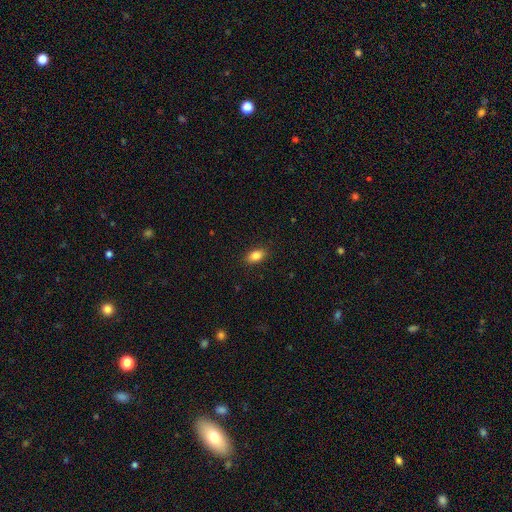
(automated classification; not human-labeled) Smooth or featured: smooth — 85% (star or artifact — 8%)
How rounded: in between — 88% (round — 9%)
Merging: none — 88% (minor disturbance — 9%)